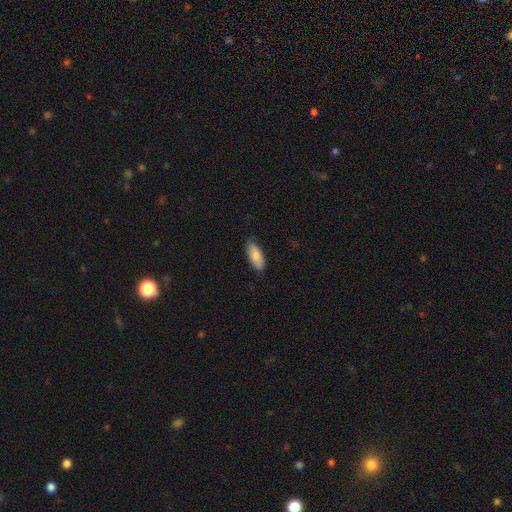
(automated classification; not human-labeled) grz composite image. It shows a smooth galaxy with no disk features (86%) that is in between round and cigar-shaped (83%). Merging: none (83%).